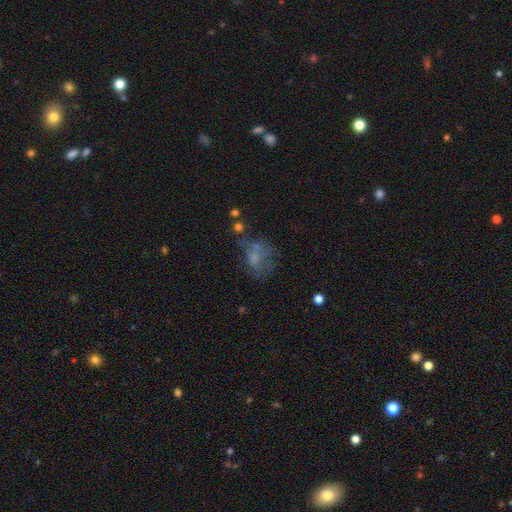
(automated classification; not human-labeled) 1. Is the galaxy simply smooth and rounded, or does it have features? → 46% smooth, 36% featured or disk, 18% star or artifact.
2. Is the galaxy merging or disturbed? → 35% none, 33% major disturbance, 21% minor disturbance, 11% merger.